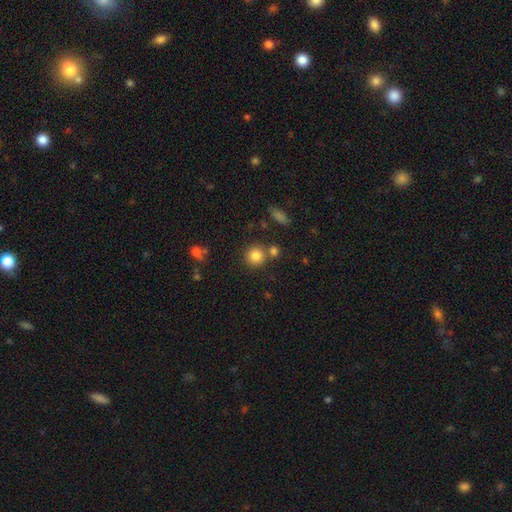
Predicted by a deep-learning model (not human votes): Smooth or featured?
  - smooth: 82% *
  - star or artifact: 11%
  - featured or disk: 7%
How rounded?
  - round: 90% *
  - in between: 9%
  - cigar-shaped: 1%
Merging?
  - none: 71% *
  - merger: 16%
  - minor disturbance: 9%
  - major disturbance: 3%